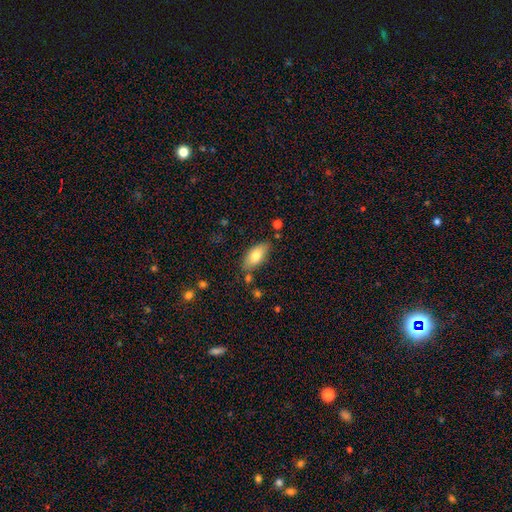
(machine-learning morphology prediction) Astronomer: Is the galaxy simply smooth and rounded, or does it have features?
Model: smooth — 77%.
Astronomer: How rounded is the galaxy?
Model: in between — 88%.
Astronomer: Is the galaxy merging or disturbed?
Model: none — 75%.